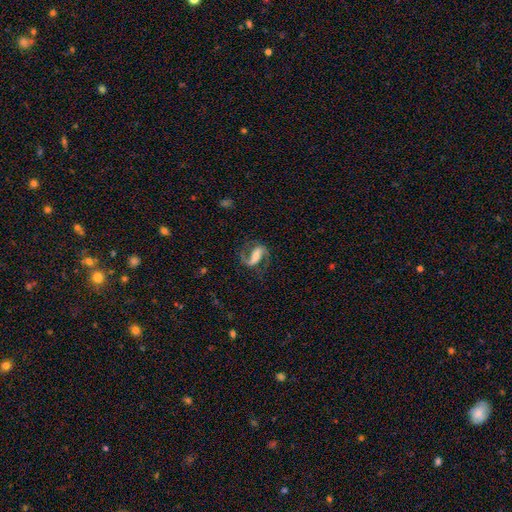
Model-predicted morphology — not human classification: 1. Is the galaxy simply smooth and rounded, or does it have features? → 85% featured or disk, 9% smooth, 6% star or artifact.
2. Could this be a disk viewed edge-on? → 96% no, 4% yes.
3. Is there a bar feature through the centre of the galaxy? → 51% strong, 32% weak, 16% no.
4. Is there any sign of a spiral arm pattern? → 96% yes, 4% no.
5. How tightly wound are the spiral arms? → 49% medium, 38% loose, 13% tight.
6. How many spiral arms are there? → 91% 2, 4% 1, 2% can't tell, 1% 3, 1% 4, 1% more than 4.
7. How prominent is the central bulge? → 45% moderate, 37% small, 10% large, 6% none, 2% dominant.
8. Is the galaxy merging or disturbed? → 73% none, 14% minor disturbance, 11% major disturbance, 2% merger.